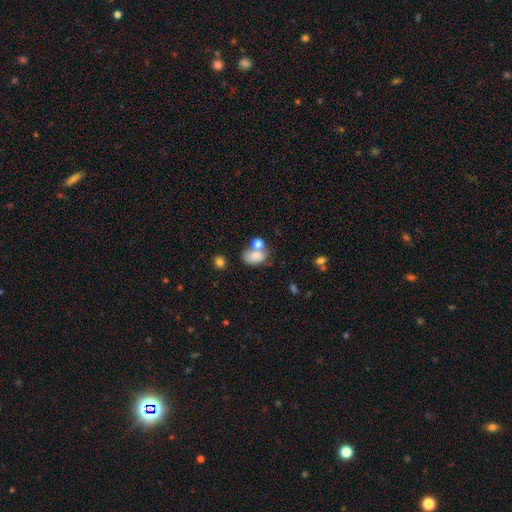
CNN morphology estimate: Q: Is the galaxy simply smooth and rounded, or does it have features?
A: smooth — 77%.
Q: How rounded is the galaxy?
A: in between — 81%.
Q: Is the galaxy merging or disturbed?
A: merger — 41%.